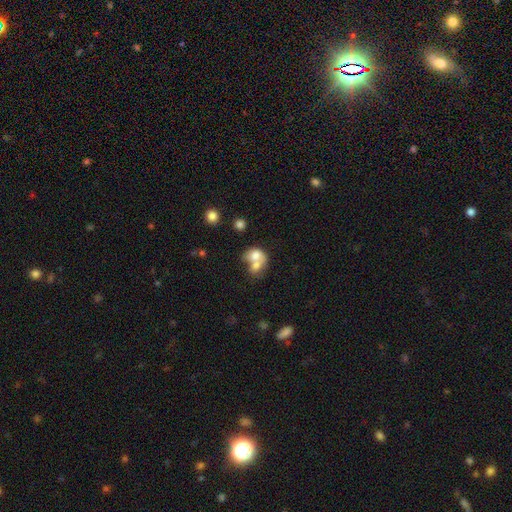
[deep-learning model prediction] Q: Smooth or featured?
A: smooth (68%); runner-up: featured or disk (23%)
Q: How rounded?
A: in between (55%); runner-up: round (44%)
Q: Merging?
A: merger (74%); runner-up: none (14%)